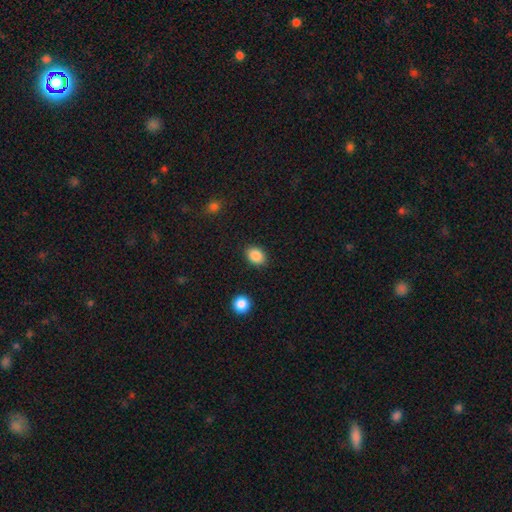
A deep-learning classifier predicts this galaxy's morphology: Smooth or featured? Predicted: smooth (p=0.88). How rounded? Predicted: in between (p=0.64). Merging? Predicted: none (p=0.87).